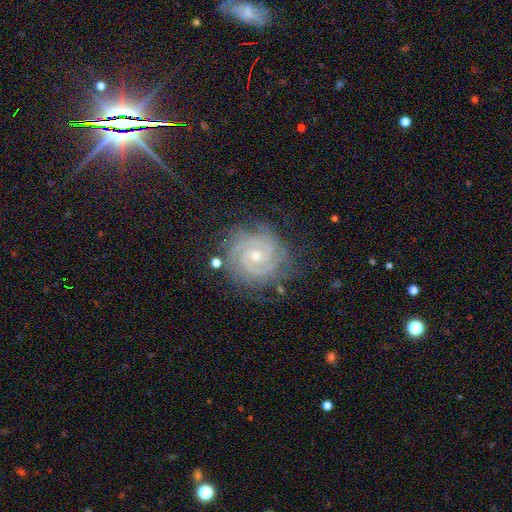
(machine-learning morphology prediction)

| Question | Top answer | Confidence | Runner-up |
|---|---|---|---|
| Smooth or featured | featured or disk | 87% | star or artifact (7%) |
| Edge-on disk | no | 98% | yes (2%) |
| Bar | no | 63% | weak (28%) |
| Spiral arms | yes | 98% | no (2%) |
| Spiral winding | tight | 82% | medium (15%) |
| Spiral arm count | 2 | 42% | 3 (22%) |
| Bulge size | small | 55% | moderate (42%) |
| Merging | none | 78% | minor disturbance (15%) |